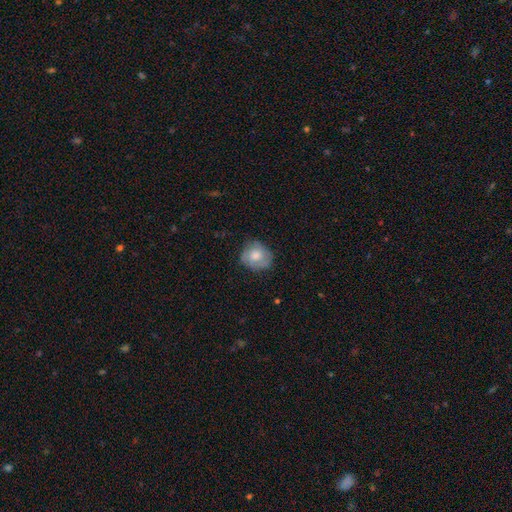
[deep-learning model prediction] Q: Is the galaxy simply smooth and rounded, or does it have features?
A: smooth — 56%.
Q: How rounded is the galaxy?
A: round — 73%.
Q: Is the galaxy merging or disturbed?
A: none — 68%.